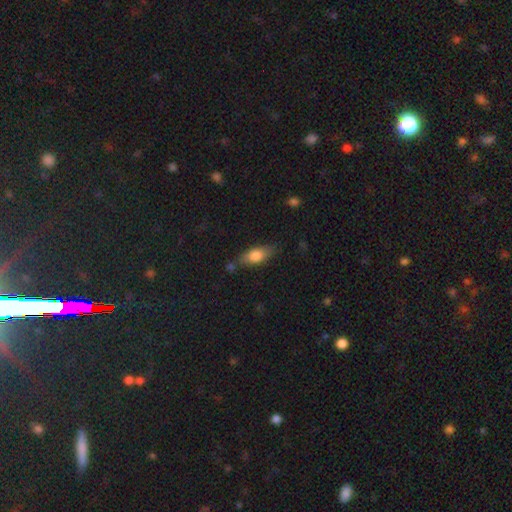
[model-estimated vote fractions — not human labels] Morphology: type=smooth (74%); roundness=in between (74%); merging=none (73%).